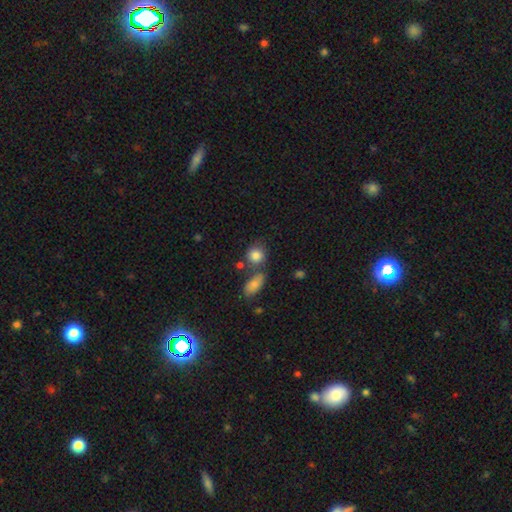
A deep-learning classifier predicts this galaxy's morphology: smooth-or-featured: smooth: 83% | star or artifact: 9% | featured or disk: 8%
  how-rounded: round: 76% | in between: 22% | cigar-shaped: 2%
  merging: none: 61% | merger: 20% | minor disturbance: 14% | major disturbance: 5%